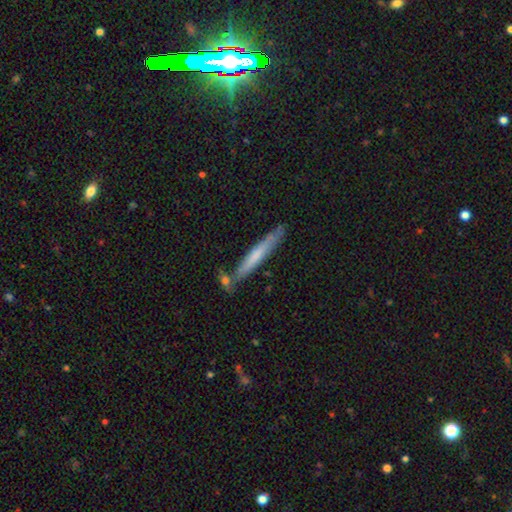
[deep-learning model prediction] smooth 57%, featured or disk 38%, star or artifact 6%. Down the decision tree: how rounded — cigar-shaped (95%); merging — none (76%).